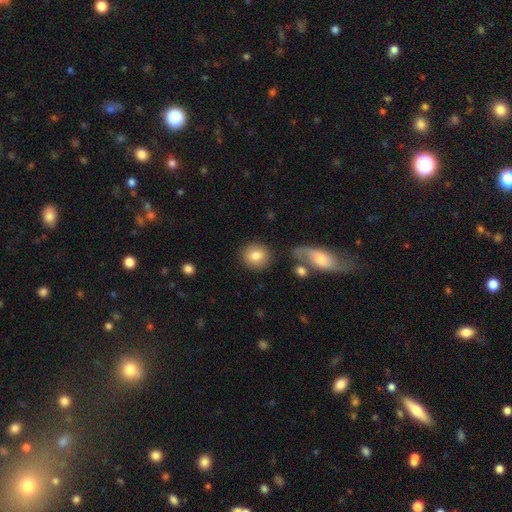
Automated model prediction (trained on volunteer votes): Overall: smooth (82%). How rounded: round (81%). Merging: none (82%).